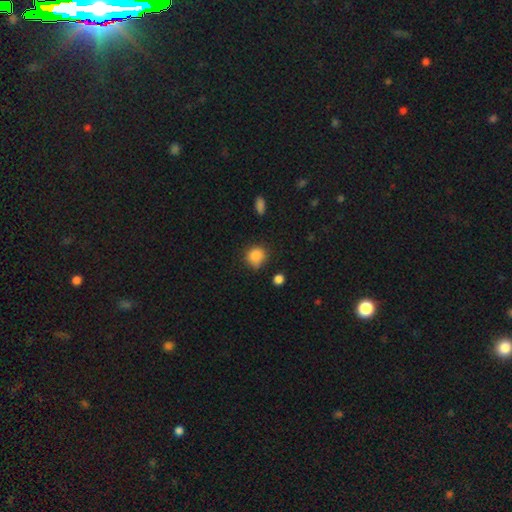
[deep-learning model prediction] Morphology: type=smooth (86%); roundness=round (80%); merging=none (68%).